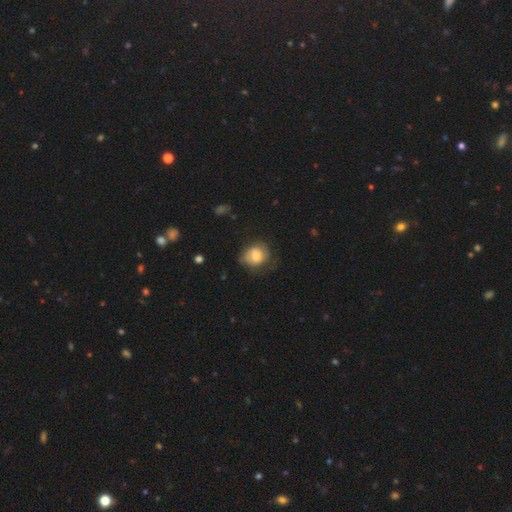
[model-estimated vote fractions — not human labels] Smooth or featured?
  - smooth: 61% *
  - featured or disk: 32%
  - star or artifact: 8%
How rounded?
  - round: 70% *
  - in between: 29%
  - cigar-shaped: 1%
Merging?
  - none: 54% *
  - minor disturbance: 29%
  - major disturbance: 15%
  - merger: 2%